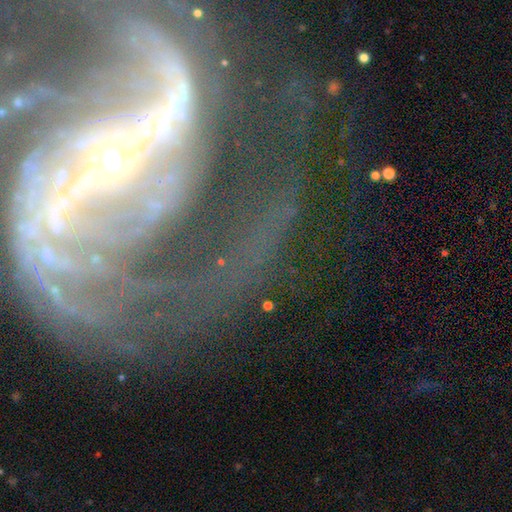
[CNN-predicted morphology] The model was most divided on "spiral winding": medium: 41%, loose: 38%, tight: 21%. Remaining: edge-on disk — no (96%); spiral arms — yes (94%); smooth or featured — featured or disk (89%); bulge size — small (77%); bar — strong (68%); spiral arm count — 2 (64%); merging — none (49%).